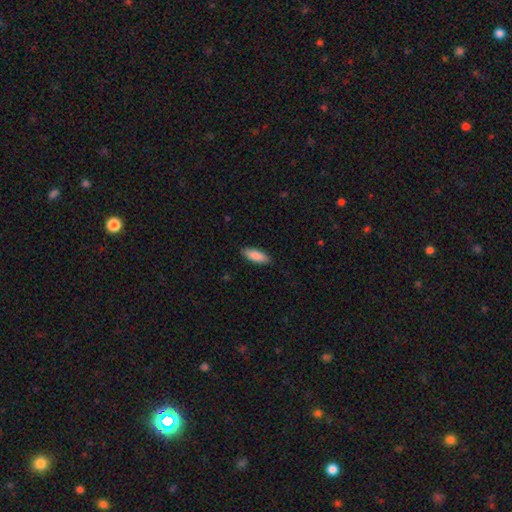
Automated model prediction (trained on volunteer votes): The model was most divided on "how rounded": in between: 72%, cigar-shaped: 26%, round: 2%. More confident: smooth or featured — smooth (88%); merging — none (88%).